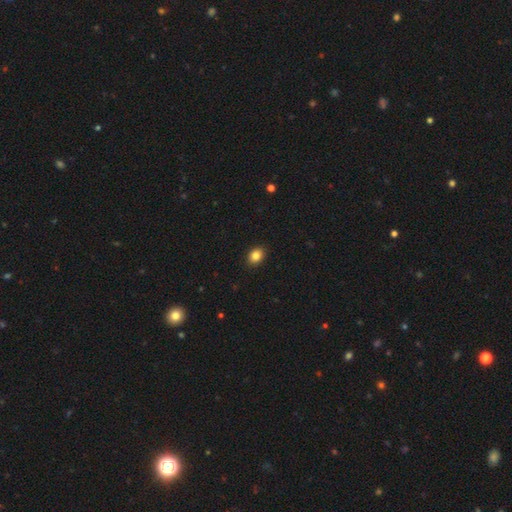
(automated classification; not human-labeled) Smooth or featured? smooth (85%)
How rounded? in between (60%)
Merging? none (90%)